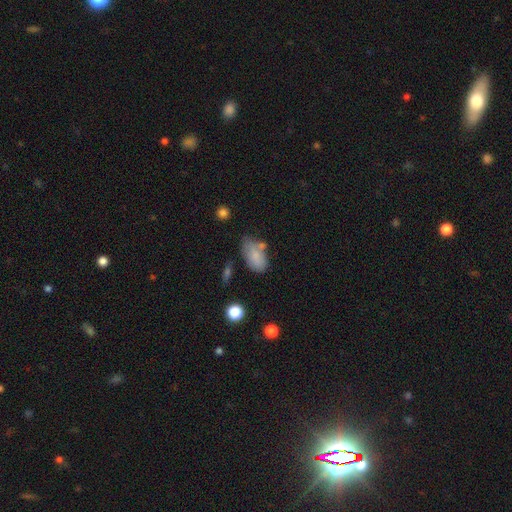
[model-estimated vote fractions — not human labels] Smooth or featured? Predicted: smooth (p=0.80). How rounded? Predicted: in between (p=0.93). Merging? Predicted: none (p=0.53).